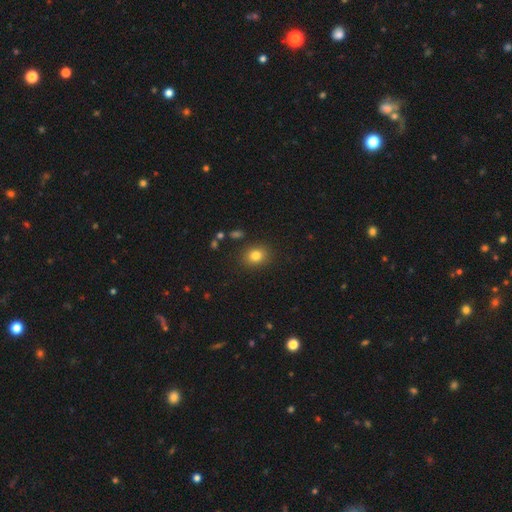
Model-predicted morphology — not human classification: type=smooth (81%); roundness=round (61%); merging=none (87%).